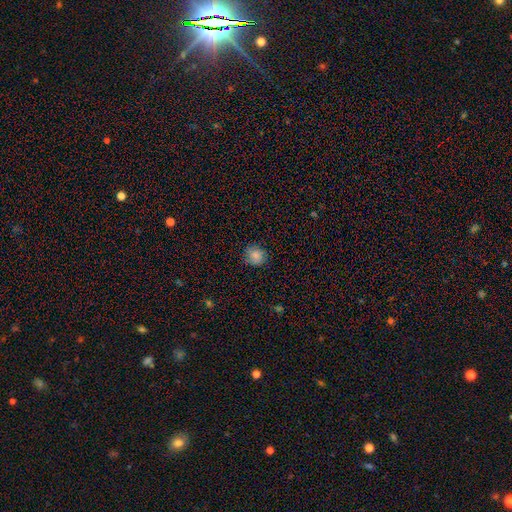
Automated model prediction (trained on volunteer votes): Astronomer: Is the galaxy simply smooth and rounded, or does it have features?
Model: smooth — 83%.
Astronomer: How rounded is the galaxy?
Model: round — 88%.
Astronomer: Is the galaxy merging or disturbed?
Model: none — 85%.